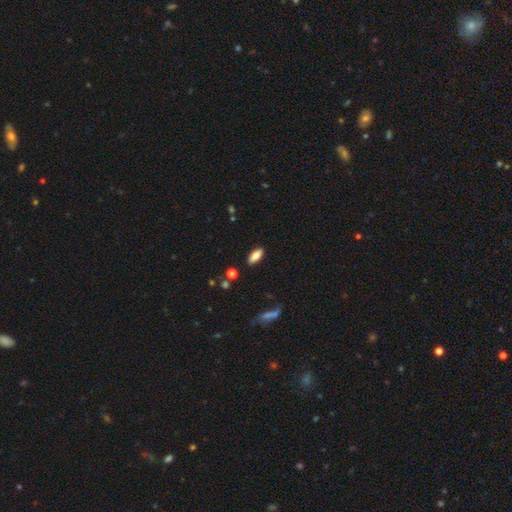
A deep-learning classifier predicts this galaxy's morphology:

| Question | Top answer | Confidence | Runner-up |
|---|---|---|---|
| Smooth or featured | smooth | 81% | featured or disk (12%) |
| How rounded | in between | 83% | cigar-shaped (15%) |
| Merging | none | 87% | minor disturbance (9%) |